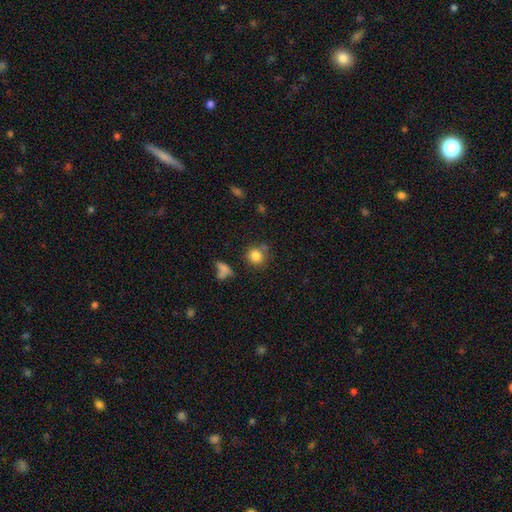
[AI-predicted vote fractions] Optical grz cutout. It shows a smooth galaxy with no disk features (82%) that is round (85%). Merging: none (69%).